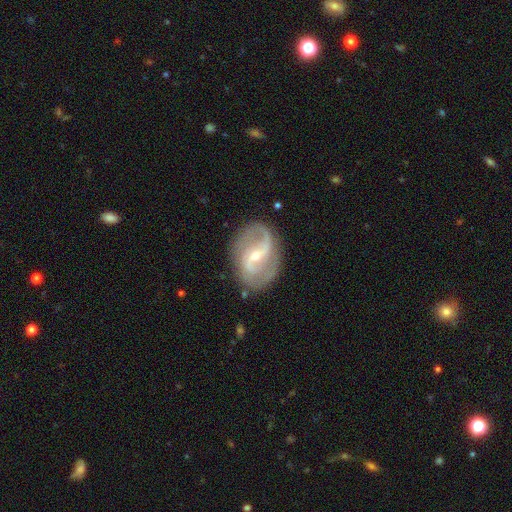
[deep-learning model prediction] smooth_or_featured: featured or disk (p=0.88) [alt: smooth p=0.06]
disk_edge_on: no (p=0.97) [alt: yes p=0.03]
bar: weak (p=0.45) [alt: strong p=0.33]
has_spiral_arms: yes (p=0.95) [alt: no p=0.05]
spiral_winding: medium (p=0.47) [alt: loose p=0.37]
spiral_arm_count: 2 (p=0.88) [alt: can't tell p=0.04]
bulge_size: small (p=0.62) [alt: moderate p=0.35]
merging: none (p=0.78) [alt: minor disturbance p=0.15]